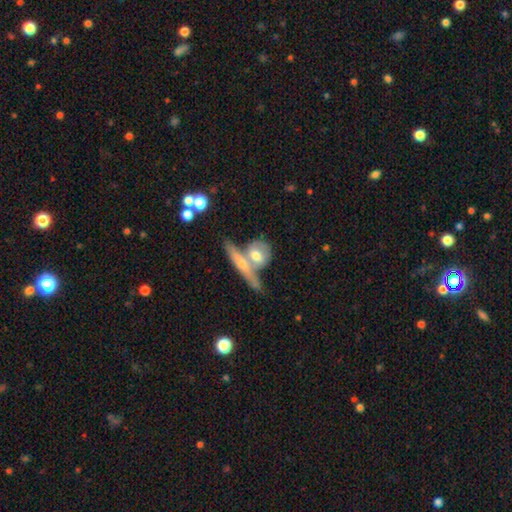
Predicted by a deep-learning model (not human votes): Morphology: type=featured or disk (51%); edge-on=yes (68%); merging=merger (42%, tied with none).